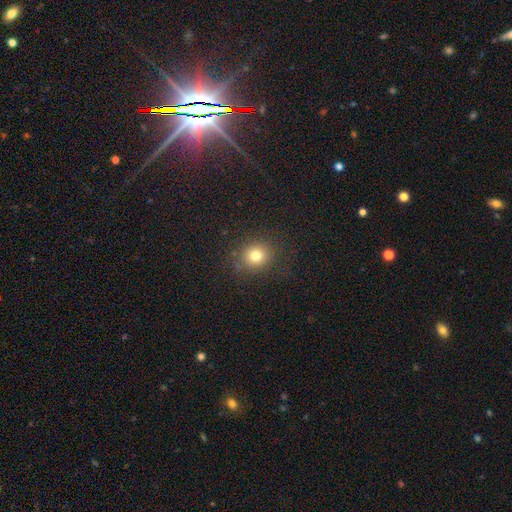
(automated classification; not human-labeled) The model was most divided on "smooth or featured": smooth: 78%, star or artifact: 15%, featured or disk: 8%. More confident: merging — none (86%); how rounded — round (83%).